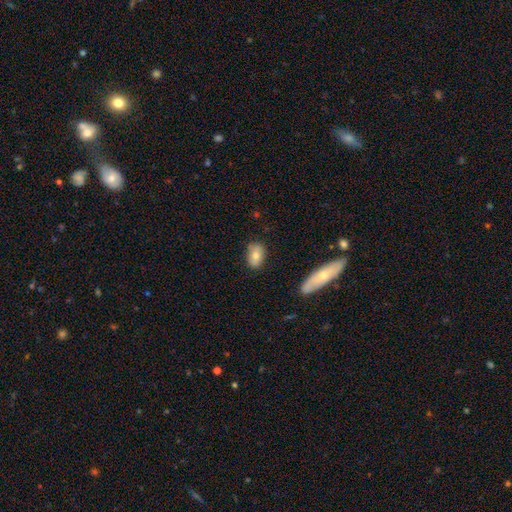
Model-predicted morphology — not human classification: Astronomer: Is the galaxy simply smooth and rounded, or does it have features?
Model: smooth — 76%.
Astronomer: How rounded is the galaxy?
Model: in between — 86%.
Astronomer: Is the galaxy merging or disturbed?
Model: none — 77%.